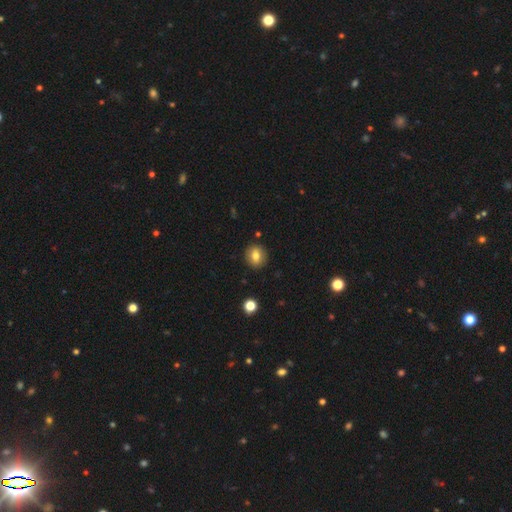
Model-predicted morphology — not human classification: Smooth or featured?
  - smooth: 78% *
  - featured or disk: 12%
  - star or artifact: 10%
How rounded?
  - round: 73% *
  - in between: 26%
  - cigar-shaped: 1%
Merging?
  - none: 89% *
  - minor disturbance: 7%
  - major disturbance: 2%
  - merger: 2%